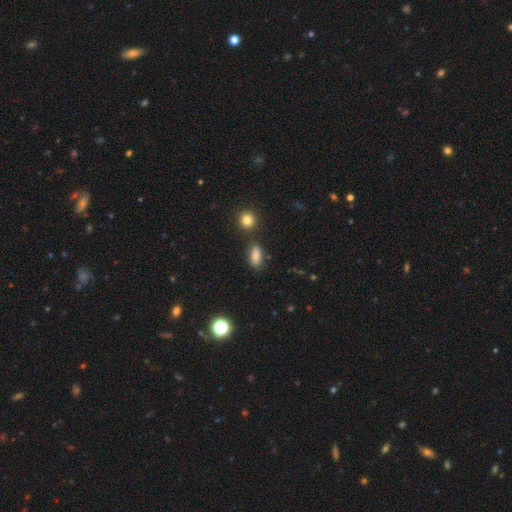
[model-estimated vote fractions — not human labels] A smooth galaxy with no disk features (82%) that is in between round and cigar-shaped (82%). Merging: none (77%).